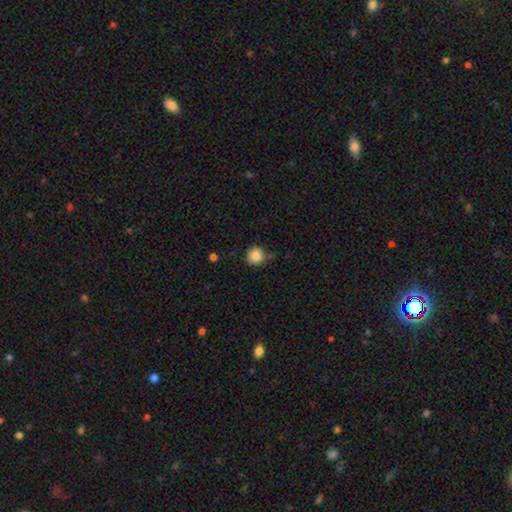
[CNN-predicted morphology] A smooth galaxy with no disk features (87%) that is round (93%). Merging: none (78%).